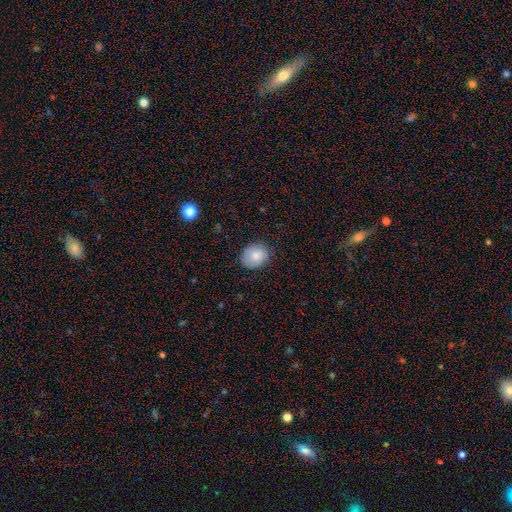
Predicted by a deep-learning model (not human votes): Smooth or featured? Predicted: smooth (p=0.84). How rounded? Predicted: round (p=0.61). Merging? Predicted: none (p=0.81).